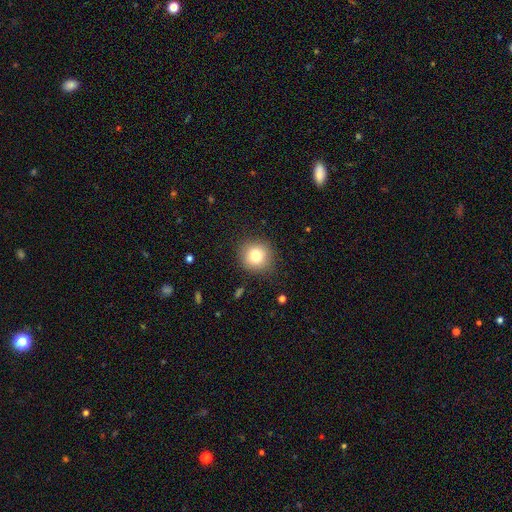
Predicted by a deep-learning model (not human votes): This appears to be a smooth galaxy with no disk features (78%) that is round (91%). Merging: none (87%).